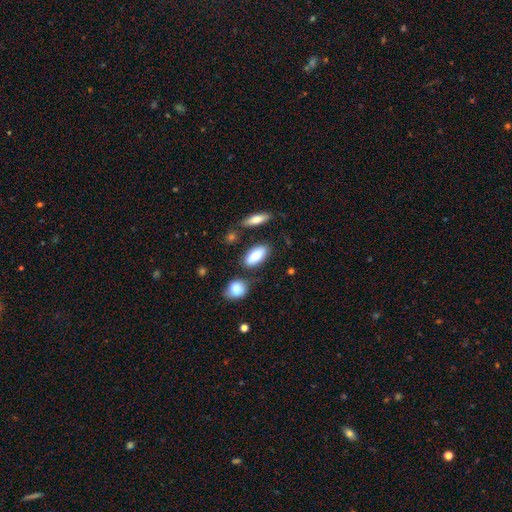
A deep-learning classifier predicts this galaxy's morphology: This is likely a smooth galaxy (79%). How rounded: clearly in between (84%). Merging: likely none (78%).